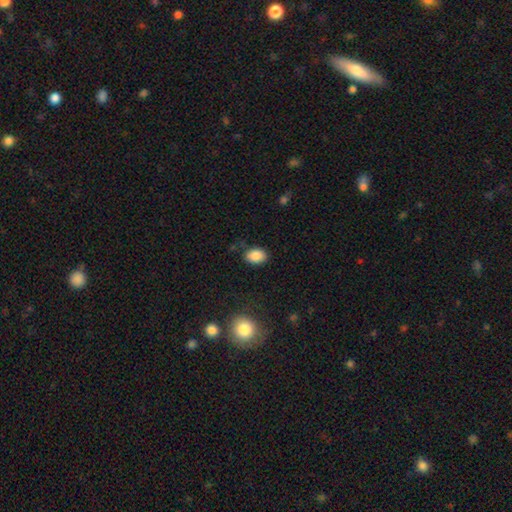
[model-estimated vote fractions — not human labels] smooth_or_featured: smooth (p=0.87) [alt: star or artifact p=0.09]
how_rounded: in between (p=0.80) [alt: round p=0.19]
merging: none (p=0.82) [alt: minor disturbance p=0.13]